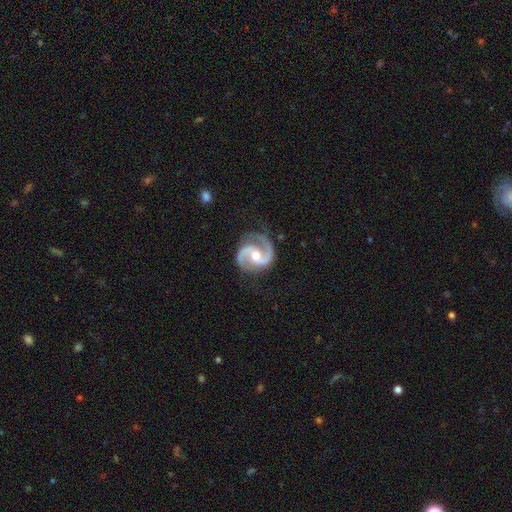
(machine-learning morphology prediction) Q: Smooth or featured?
A: featured or disk (94%); runner-up: star or artifact (4%)
Q: Edge-on disk?
A: no (98%); runner-up: yes (2%)
Q: Bar?
A: no (45%); runner-up: weak (39%)
Q: Spiral arms?
A: yes (99%); runner-up: no (1%)
Q: Spiral winding?
A: medium (65%); runner-up: tight (21%)
Q: Spiral arm count?
A: 2 (94%); runner-up: 1 (1%)
Q: Bulge size?
A: moderate (71%); runner-up: small (23%)
Q: Merging?
A: none (82%); runner-up: minor disturbance (13%)